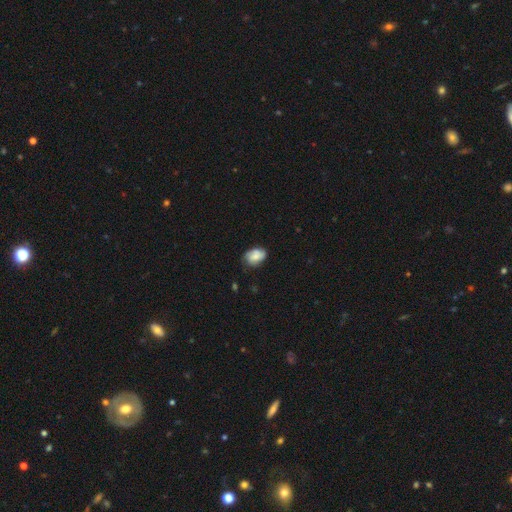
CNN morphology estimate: Smooth or featured: smooth — 73% (featured or disk — 19%)
How rounded: in between — 79% (round — 20%)
Merging: none — 61% (minor disturbance — 30%)